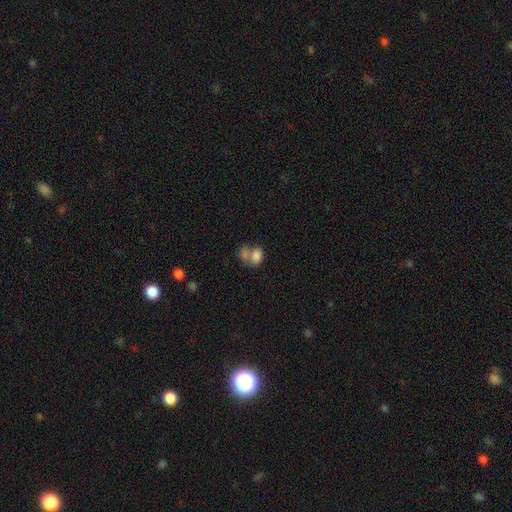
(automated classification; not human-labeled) Smooth or featured: smooth — 79% (featured or disk — 12%)
How rounded: in between — 72% (round — 27%)
Merging: merger — 61% (none — 23%)